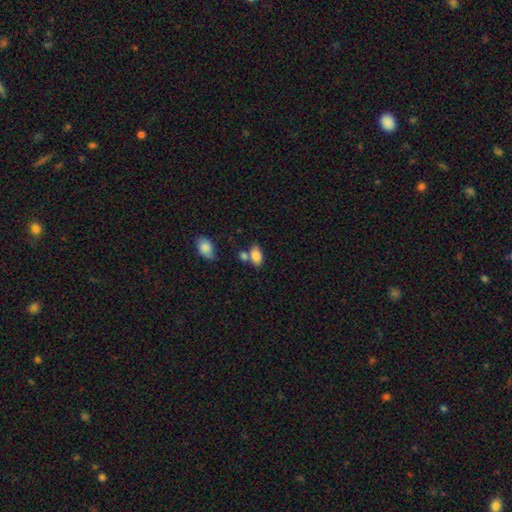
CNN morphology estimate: Smooth or featured? Predicted: smooth (p=0.83). How rounded? Predicted: in between (p=0.89). Merging? Predicted: none (p=0.55).